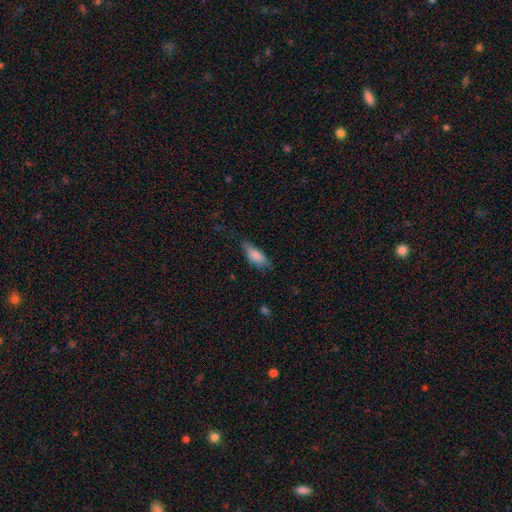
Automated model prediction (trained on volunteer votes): Morphology: type=smooth (80%); roundness=in between (74%); merging=none (57%).